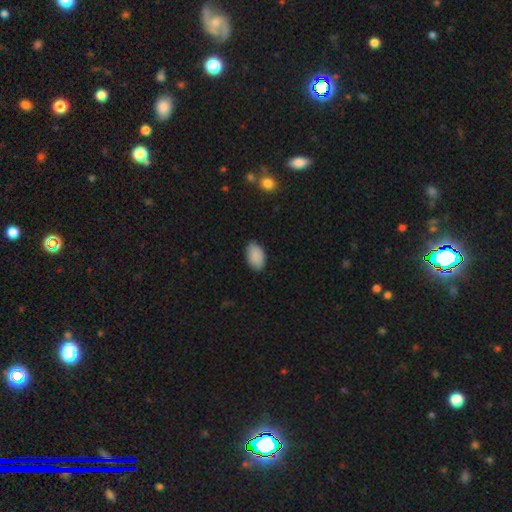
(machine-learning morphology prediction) smooth_or_featured: smooth (p=0.89) [alt: star or artifact p=0.06]
how_rounded: in between (p=0.92) [alt: round p=0.06]
merging: none (p=0.83) [alt: minor disturbance p=0.14]